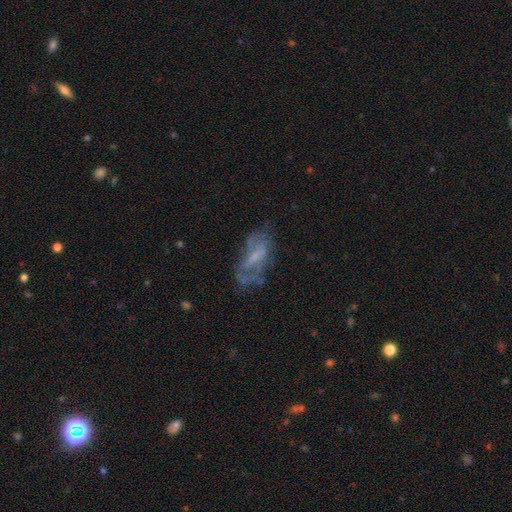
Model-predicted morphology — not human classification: type=featured or disk (62%); edge-on=no (91%); bar=weak (43%); spiral arms=yes (51%); bulge=small (43%); merging=none (48%).